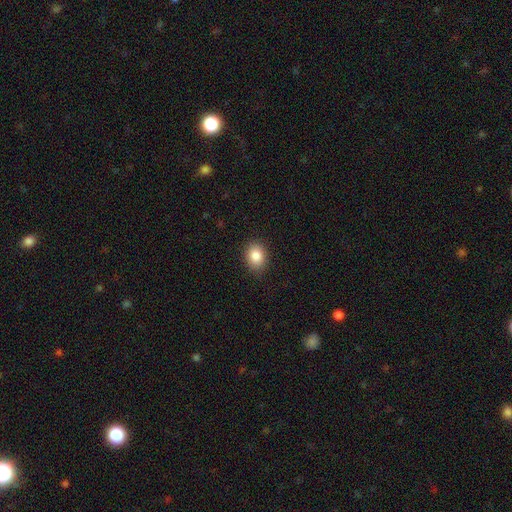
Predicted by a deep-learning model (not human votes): A smooth galaxy with no disk features (85%) that is in between round and cigar-shaped (57%).

Vote fractions:
- Smooth or featured? smooth: 85% / star or artifact: 9% / featured or disk: 6%
- How rounded? in between: 57% / round: 42% / cigar-shaped: 1%
- Merging? none: 88% / minor disturbance: 9% / major disturbance: 2% / merger: 1%